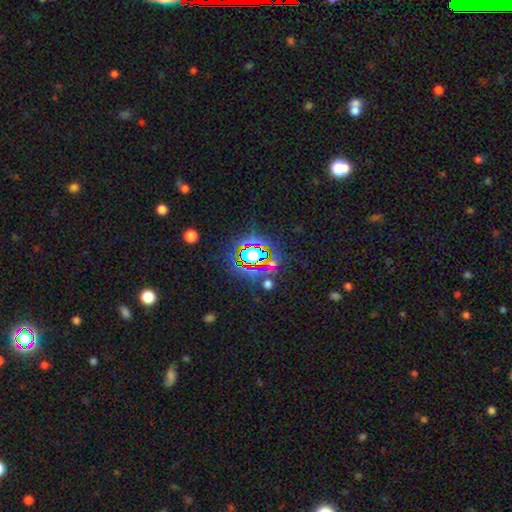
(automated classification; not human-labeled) Smooth or featured? Predicted: star or artifact (p=0.66).